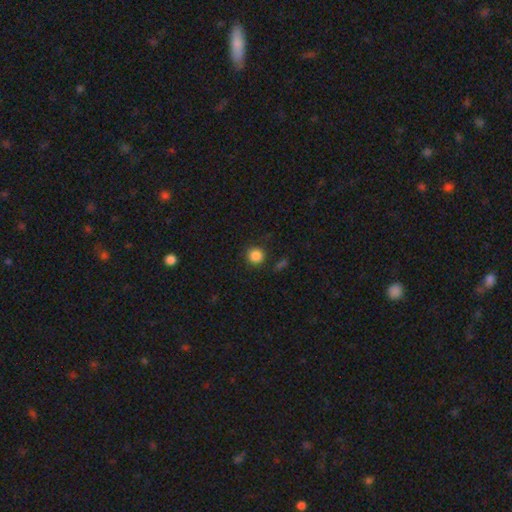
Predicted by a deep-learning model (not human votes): This appears to be a smooth galaxy with no disk features (86%) that is round (94%). Merging: none (86%).